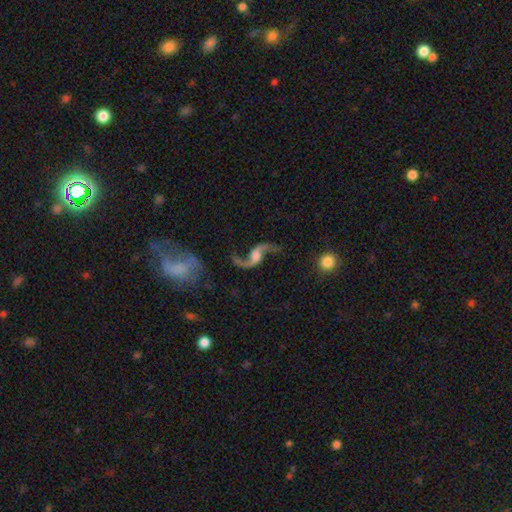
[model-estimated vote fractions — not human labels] A featured or disk galaxy (90%) with no bar (53%), 2 (94%) loose (92%) spiral arms (97%) and a moderate central bulge (32%). Merging: none (72%).